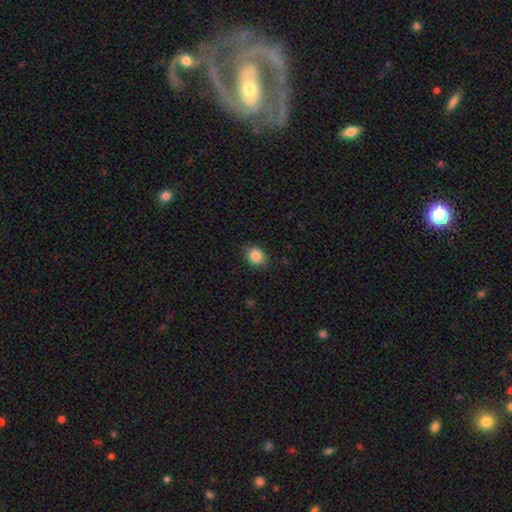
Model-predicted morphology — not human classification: smooth-or-featured: smooth: 86% | star or artifact: 9% | featured or disk: 4%
  how-rounded: round: 59% | in between: 40% | cigar-shaped: 1%
  merging: none: 84% | minor disturbance: 12% | major disturbance: 3% | merger: 1%